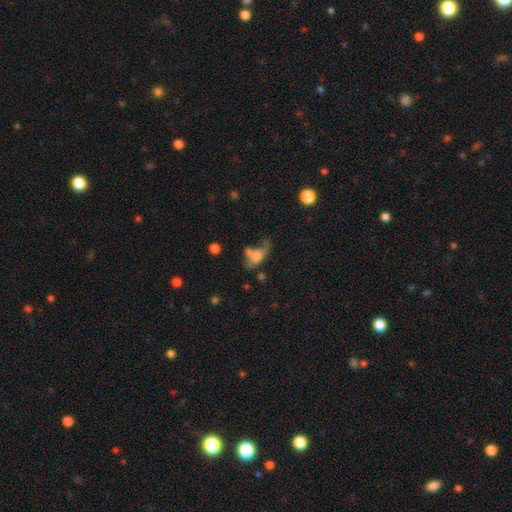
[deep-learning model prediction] Smooth or featured? smooth (61%)
How rounded? in between (79%)
Merging? merger (31%)